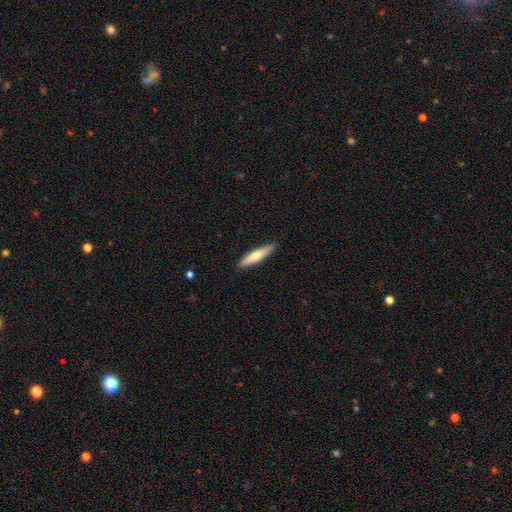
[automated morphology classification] A smooth galaxy with no disk features (60%) that is cigar-shaped (83%).

Vote fractions:
- Smooth or featured? smooth: 60% / featured or disk: 35% / star or artifact: 5%
- How rounded? cigar-shaped: 83% / in between: 16% / round: 1%
- Merging? none: 90% / minor disturbance: 7% / major disturbance: 1% / merger: 1%